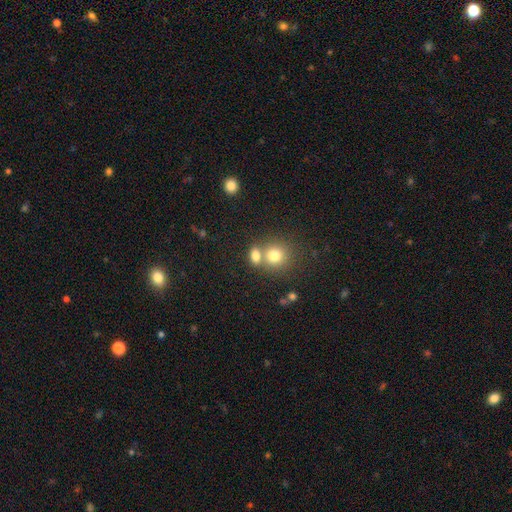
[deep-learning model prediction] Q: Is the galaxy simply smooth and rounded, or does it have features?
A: smooth — 78%.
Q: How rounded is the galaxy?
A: in between — 55%.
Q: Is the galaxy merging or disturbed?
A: merger — 44%.